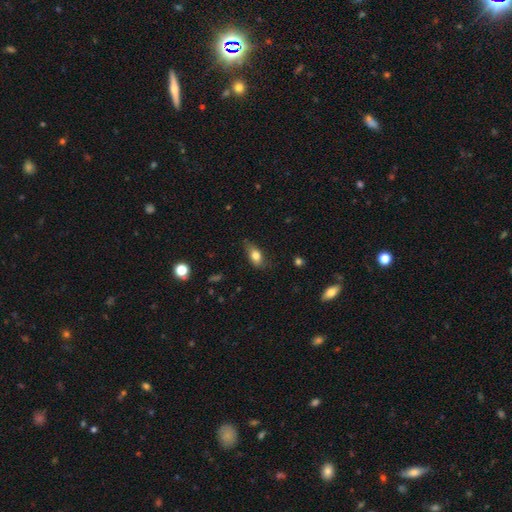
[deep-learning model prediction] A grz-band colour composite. It shows a smooth galaxy with no disk features (77%) that is in between round and cigar-shaped (82%). Merging: none (63%).